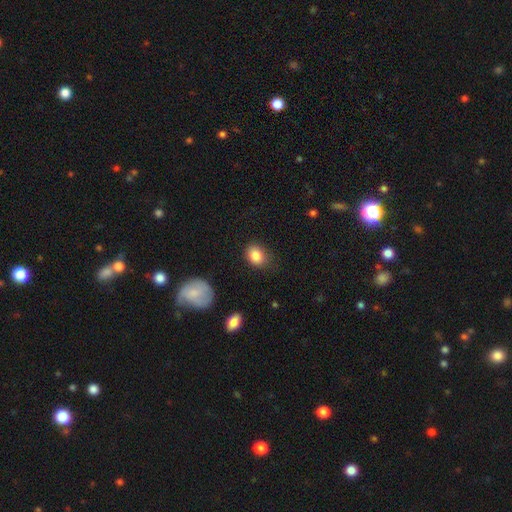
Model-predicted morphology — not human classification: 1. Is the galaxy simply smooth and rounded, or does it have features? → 85% smooth, 9% star or artifact, 7% featured or disk.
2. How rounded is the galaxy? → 59% in between, 40% round, 1% cigar-shaped.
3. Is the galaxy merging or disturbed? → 76% none, 18% minor disturbance, 4% major disturbance, 2% merger.